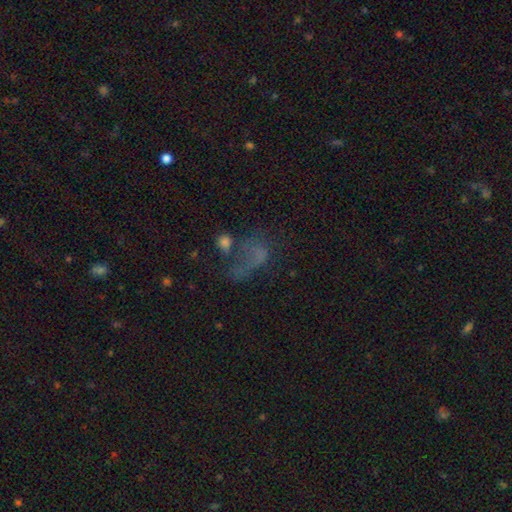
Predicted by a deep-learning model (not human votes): Smooth or featured: smooth — 36% (featured or disk — 34%)
Merging: major disturbance — 40% (none — 29%)